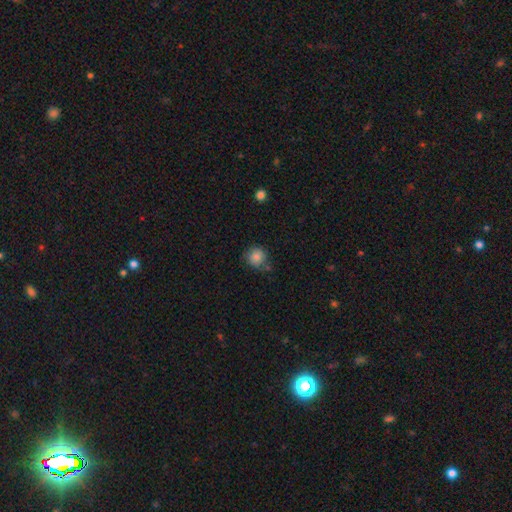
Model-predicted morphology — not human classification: Q: Smooth or featured?
A: smooth (83%); runner-up: star or artifact (10%)
Q: How rounded?
A: round (89%); runner-up: in between (10%)
Q: Merging?
A: none (67%); runner-up: minor disturbance (21%)